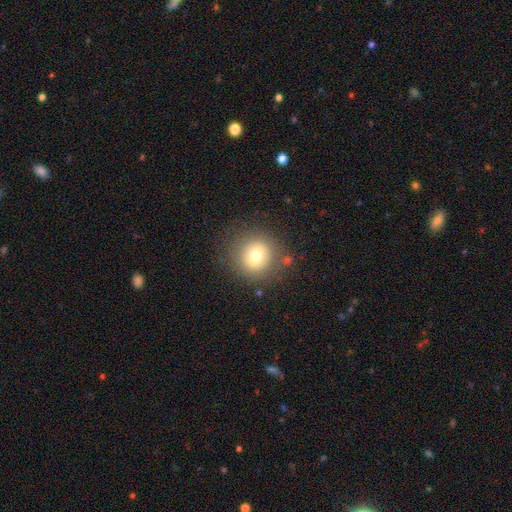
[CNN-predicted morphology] Smooth or featured: smooth — 70% (featured or disk — 17%)
How rounded: round — 94% (in between — 5%)
Merging: none — 84% (minor disturbance — 9%)